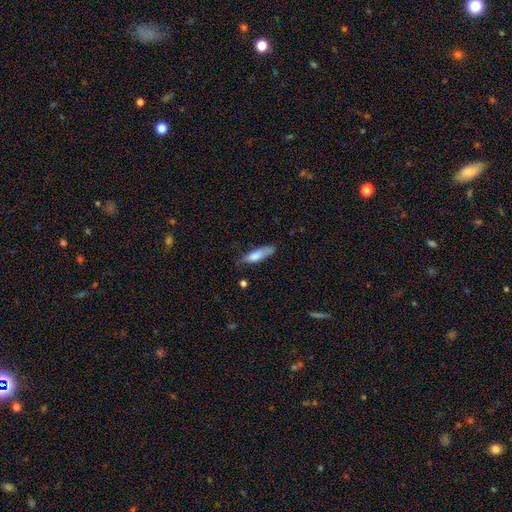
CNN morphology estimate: smooth 76%, featured or disk 18%, star or artifact 7%. Down the decision tree: how rounded — cigar-shaped (55%); merging — none (53%).